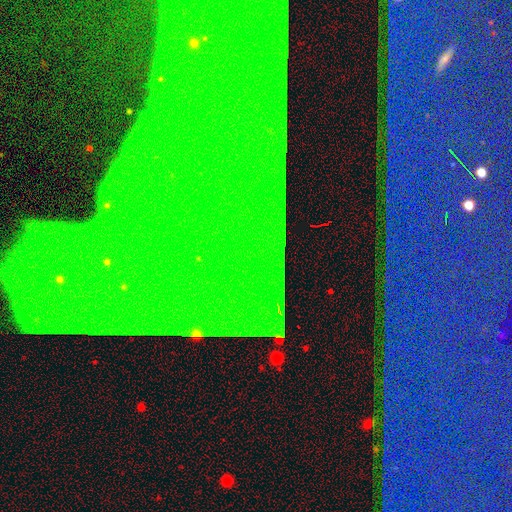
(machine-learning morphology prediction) smooth_or_featured: star or artifact (p=0.84) [alt: featured or disk p=0.10]